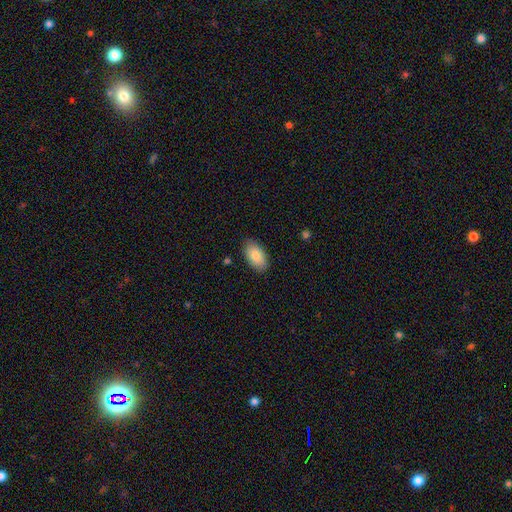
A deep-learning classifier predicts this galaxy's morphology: Smooth or featured: smooth — 85% (featured or disk — 9%)
How rounded: in between — 95% (round — 4%)
Merging: none — 86% (minor disturbance — 11%)